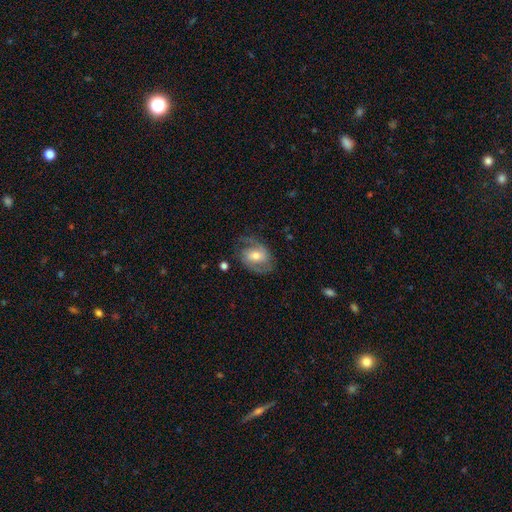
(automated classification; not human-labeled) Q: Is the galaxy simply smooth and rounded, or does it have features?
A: featured or disk — 69%.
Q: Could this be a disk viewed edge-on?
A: no — 96%.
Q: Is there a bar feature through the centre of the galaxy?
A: weak — 43%.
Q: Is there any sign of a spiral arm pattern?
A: yes — 88%.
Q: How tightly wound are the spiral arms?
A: medium — 48%.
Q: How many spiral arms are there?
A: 2 — 80%.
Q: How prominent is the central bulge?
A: moderate — 62%.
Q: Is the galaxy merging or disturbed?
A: none — 66%.